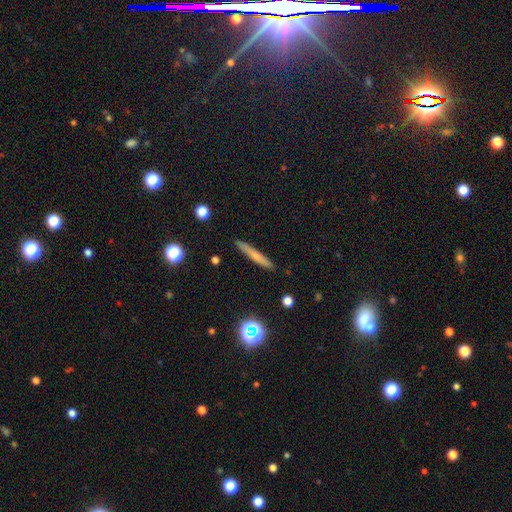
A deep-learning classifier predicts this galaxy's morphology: type=smooth (63%); roundness=cigar-shaped (94%); merging=none (90%).